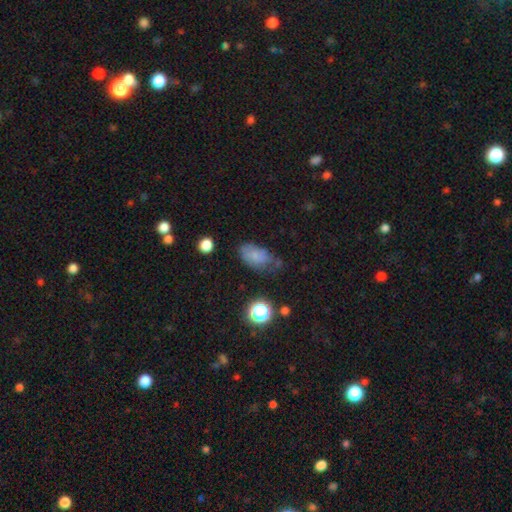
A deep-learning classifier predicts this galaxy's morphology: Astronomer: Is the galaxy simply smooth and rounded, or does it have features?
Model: smooth — 73%.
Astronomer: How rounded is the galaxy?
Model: in between — 89%.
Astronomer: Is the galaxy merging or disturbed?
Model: none — 51% (runner-up: minor disturbance, 32%).